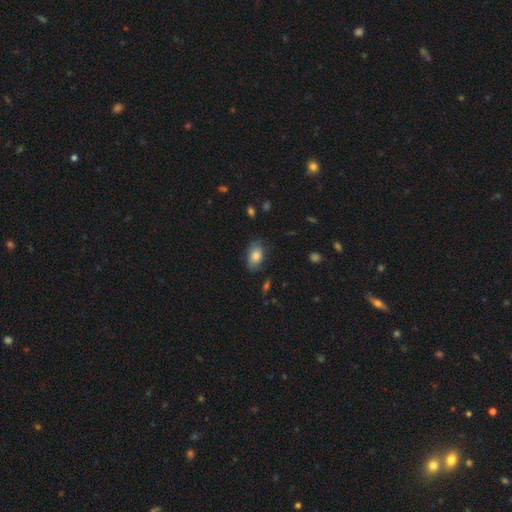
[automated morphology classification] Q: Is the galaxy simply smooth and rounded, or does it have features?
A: smooth — 81%.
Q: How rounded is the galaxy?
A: in between — 90%.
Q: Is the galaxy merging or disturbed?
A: none — 75%.